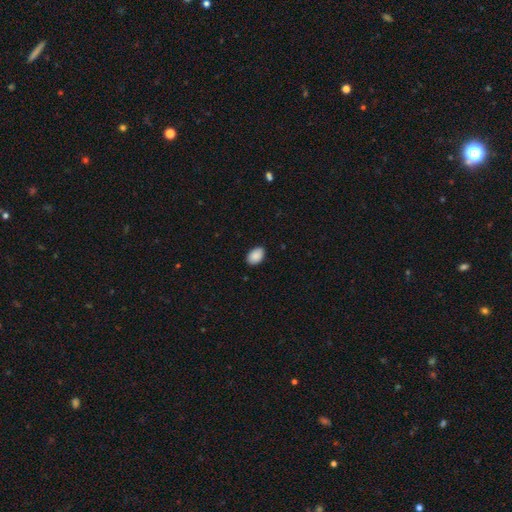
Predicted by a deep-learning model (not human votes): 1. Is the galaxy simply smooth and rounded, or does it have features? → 90% smooth, 7% star or artifact, 3% featured or disk.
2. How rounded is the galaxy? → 88% in between, 11% round, 1% cigar-shaped.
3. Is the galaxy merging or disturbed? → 87% none, 10% minor disturbance, 2% major disturbance, 1% merger.